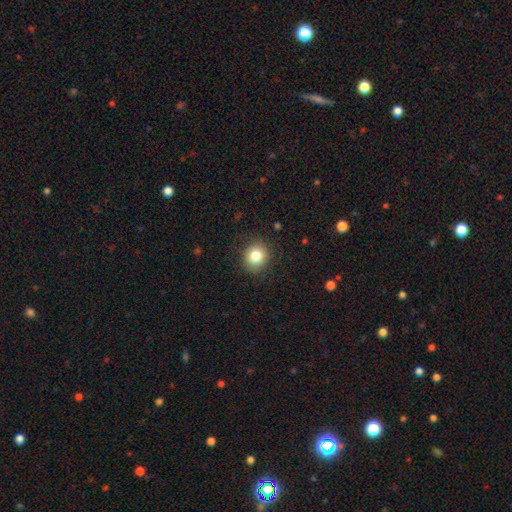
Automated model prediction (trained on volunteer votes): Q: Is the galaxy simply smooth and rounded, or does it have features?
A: smooth — 82%.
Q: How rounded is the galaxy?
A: round — 79%.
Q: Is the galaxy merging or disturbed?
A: none — 86%.